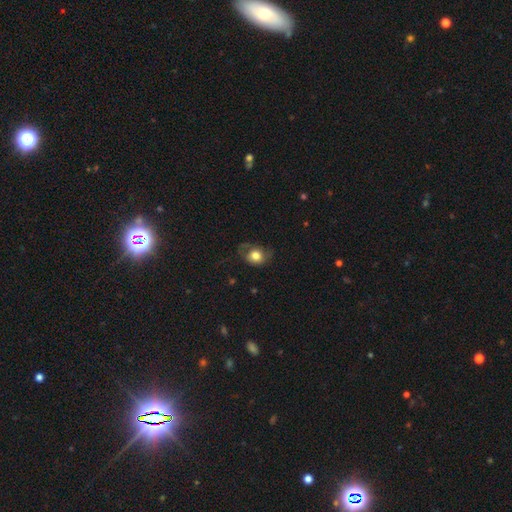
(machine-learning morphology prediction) smooth-or-featured: smooth: 74% | featured or disk: 17% | star or artifact: 9%
  how-rounded: round: 55% | in between: 44% | cigar-shaped: 1%
  merging: none: 51% | minor disturbance: 28% | major disturbance: 19% | merger: 2%